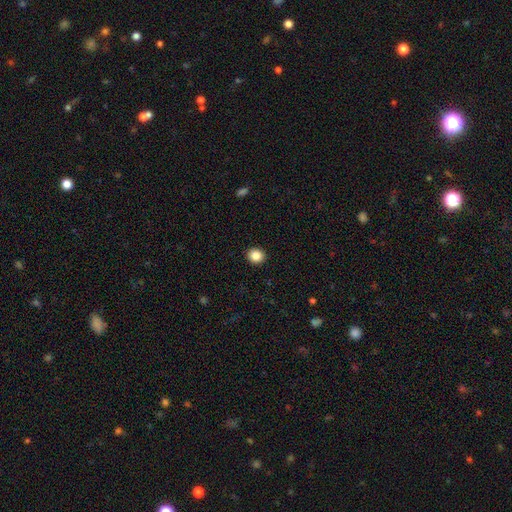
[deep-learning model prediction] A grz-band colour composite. It shows a smooth galaxy with no disk features (86%) that is round (80%). Merging: none (92%).